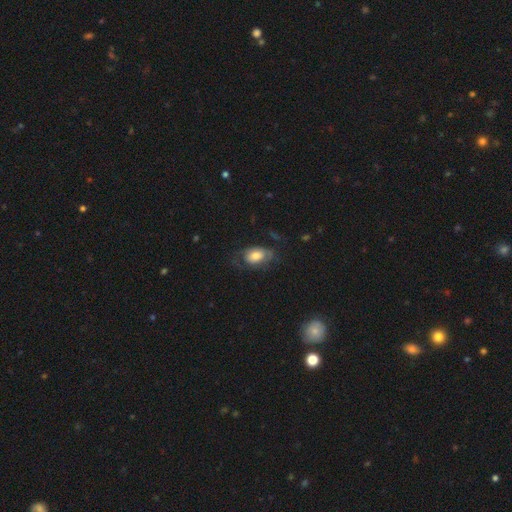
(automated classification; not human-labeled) Smooth or featured? smooth (57%)
How rounded? in between (86%)
Merging? none (49%)